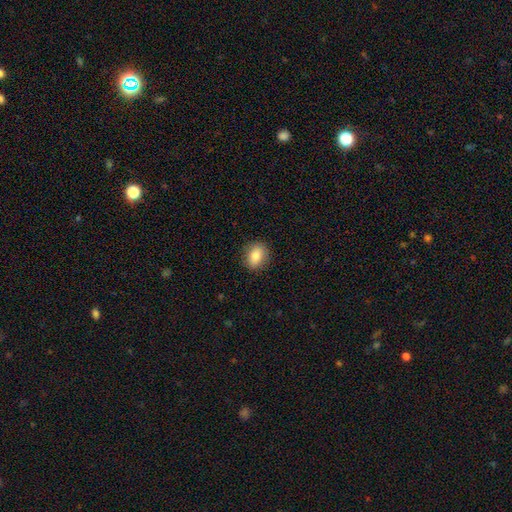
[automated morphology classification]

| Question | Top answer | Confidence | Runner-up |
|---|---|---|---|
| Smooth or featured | smooth | 82% | featured or disk (10%) |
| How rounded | in between | 55% | round (44%) |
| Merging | none | 87% | minor disturbance (10%) |